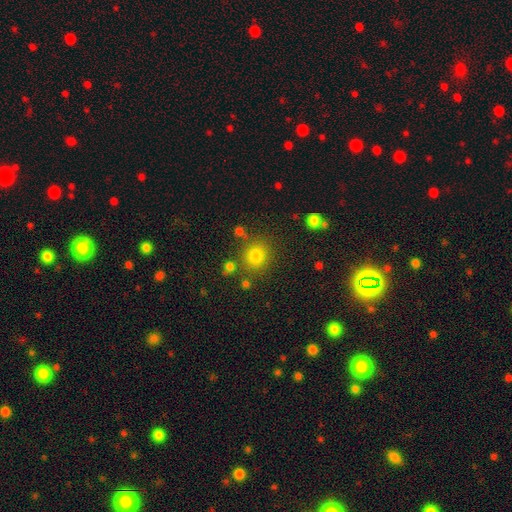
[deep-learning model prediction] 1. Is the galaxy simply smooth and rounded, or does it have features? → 80% smooth, 14% star or artifact, 6% featured or disk.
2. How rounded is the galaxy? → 88% round, 12% in between, 1% cigar-shaped.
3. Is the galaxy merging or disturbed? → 81% none, 9% minor disturbance, 7% merger, 4% major disturbance.